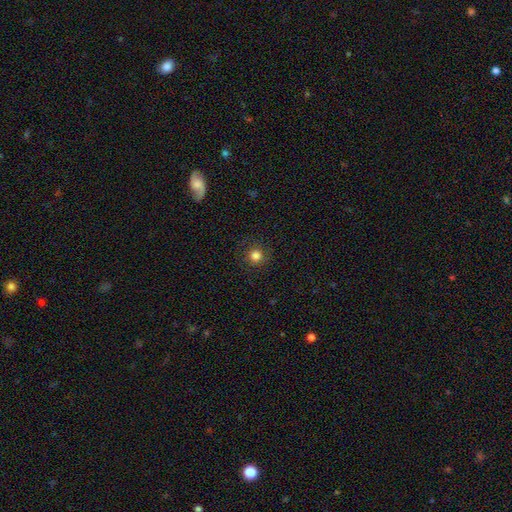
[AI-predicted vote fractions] Smooth or featured? Predicted: smooth (p=0.82). How rounded? Predicted: round (p=0.94). Merging? Predicted: none (p=0.89).